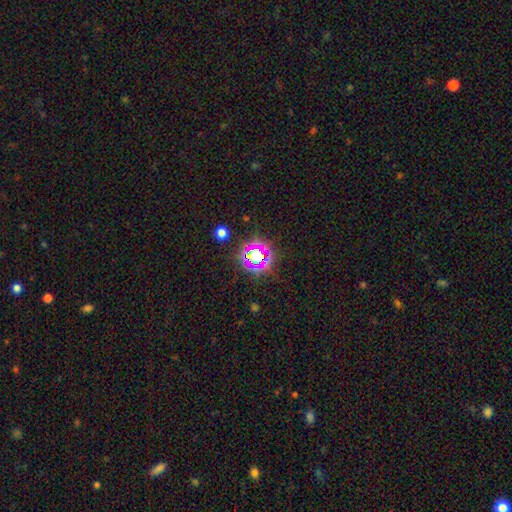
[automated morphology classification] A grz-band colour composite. It shows a star or artifact, not a galaxy (65%).